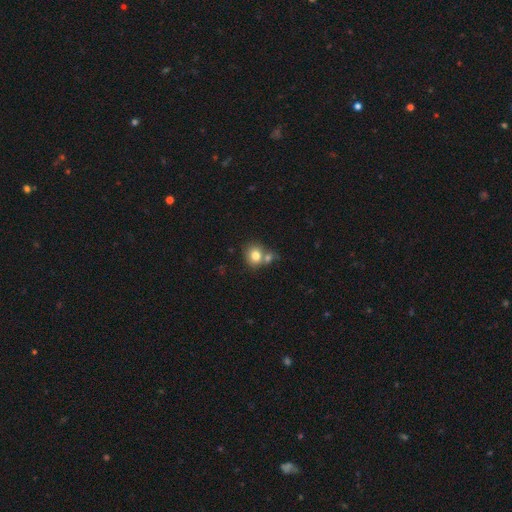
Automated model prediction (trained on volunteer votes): smooth-or-featured: smooth: 79% | featured or disk: 11% | star or artifact: 10%
  how-rounded: round: 75% | in between: 24% | cigar-shaped: 1%
  merging: none: 48% | merger: 39% | minor disturbance: 10% | major disturbance: 3%